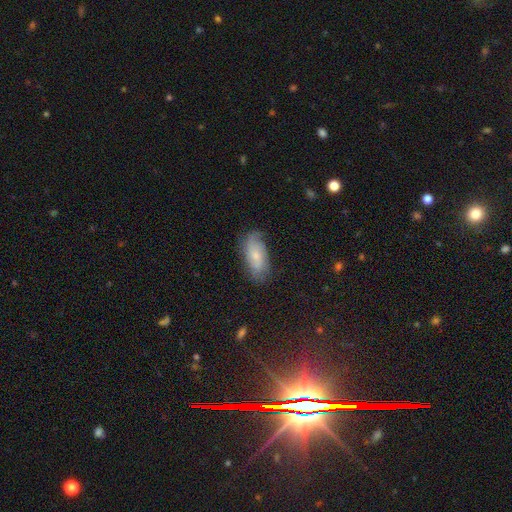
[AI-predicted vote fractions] smooth-or-featured: smooth: 51% | featured or disk: 41% | star or artifact: 8%
  how-rounded: in between: 87% | cigar-shaped: 9% | round: 3%
  merging: none: 68% | minor disturbance: 23% | major disturbance: 7% | merger: 2%